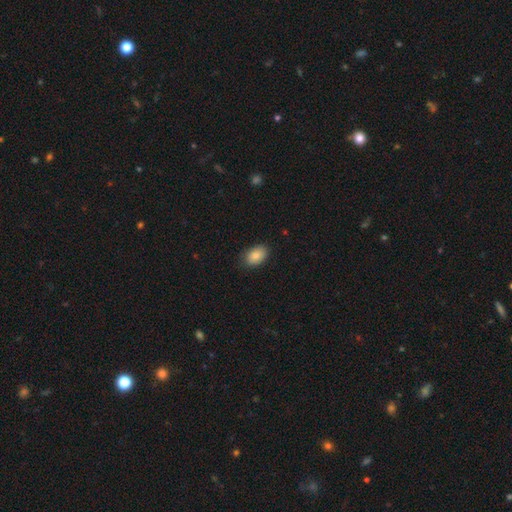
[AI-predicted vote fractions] A smooth galaxy with no disk features (86%) that is in between round and cigar-shaped (89%). Merging: none (84%).